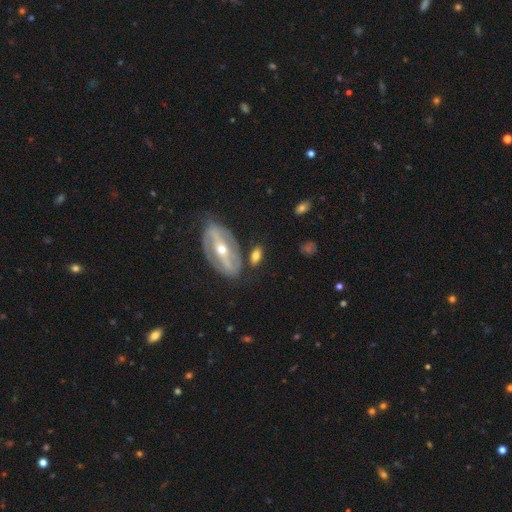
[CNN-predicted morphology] type=smooth (47%); merging=none (71%).